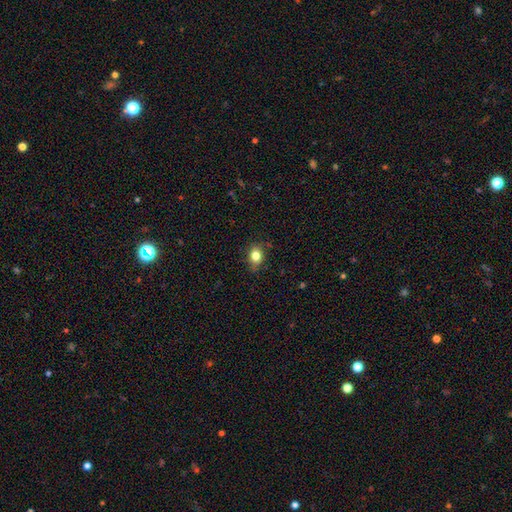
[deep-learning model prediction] A smooth galaxy with no disk features (81%) that is in between round and cigar-shaped (57%). Merging: none (77%).